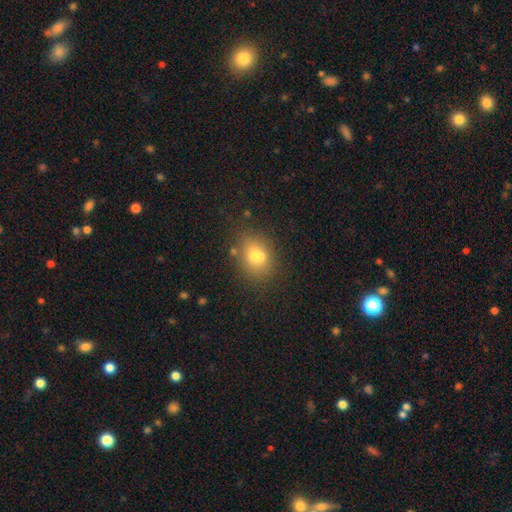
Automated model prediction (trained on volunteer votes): Overall: smooth (69%). How rounded: in between (52%; round 46%). Merging: none (55%; merger 26%).